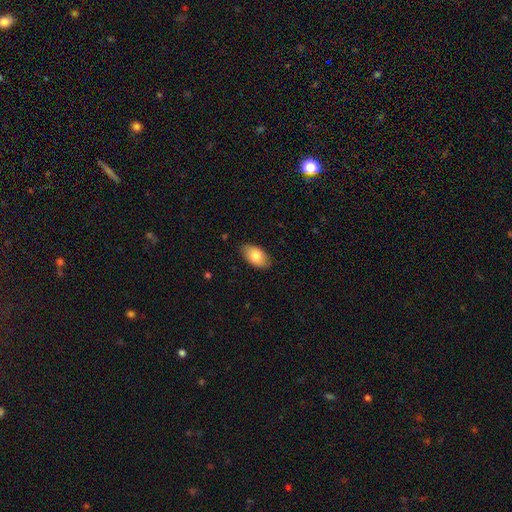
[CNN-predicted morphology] smooth-or-featured: smooth: 80% | featured or disk: 14% | star or artifact: 6%
  how-rounded: in between: 94% | round: 5% | cigar-shaped: 2%
  merging: none: 84% | minor disturbance: 13% | major disturbance: 2% | merger: 1%